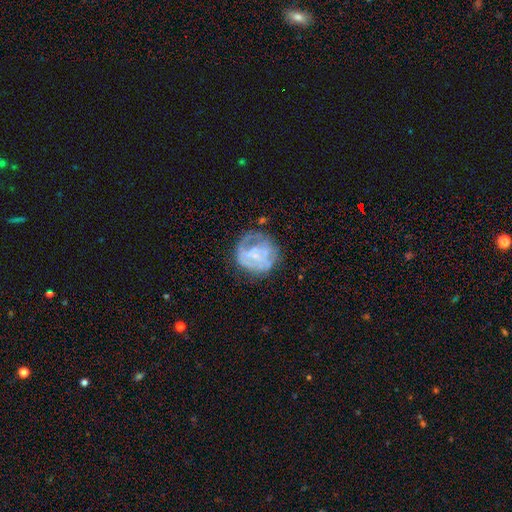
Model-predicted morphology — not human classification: smooth_or_featured: featured or disk (p=0.61) [alt: smooth p=0.29]
disk_edge_on: no (p=0.98) [alt: yes p=0.02]
bar: no (p=0.66) [alt: weak p=0.26]
has_spiral_arms: no (p=0.53) [alt: yes p=0.47]
bulge_size: small (p=0.43) [alt: none p=0.39]
merging: none (p=0.52) [alt: major disturbance p=0.23]